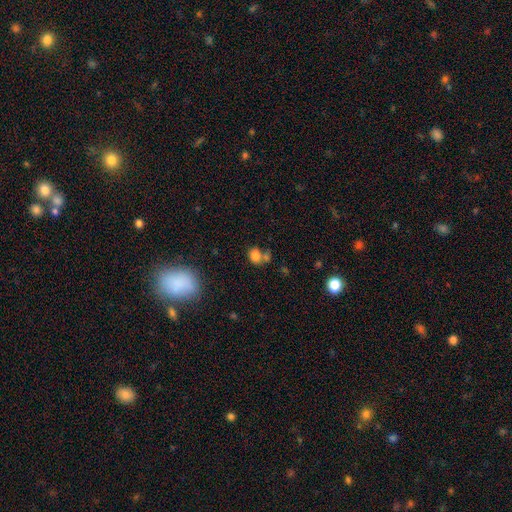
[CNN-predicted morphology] type=smooth (79%); roundness=round (52%); merging=none (47%).